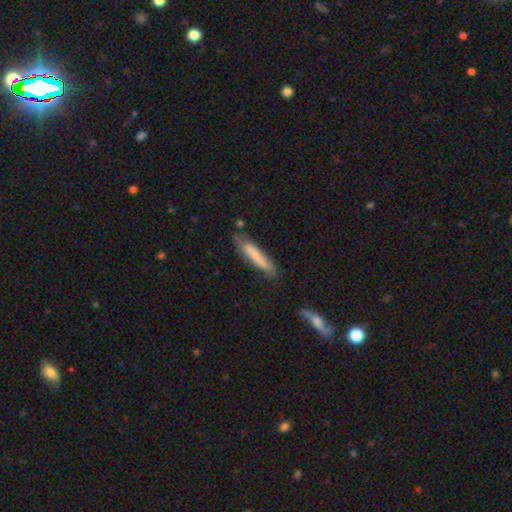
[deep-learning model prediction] This is likely a smooth galaxy (65%). How rounded: clearly cigar-shaped (88%). Merging: likely none (70%).